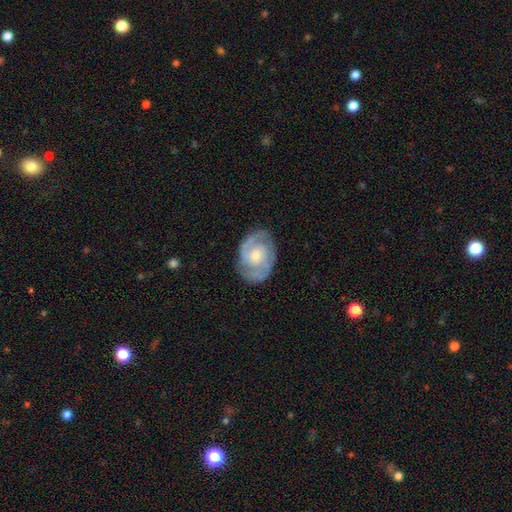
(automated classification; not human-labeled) Smooth or featured: featured or disk — 79% (smooth — 16%)
Edge-on disk: no — 97% (yes — 3%)
Bar: no — 67% (weak — 28%)
Spiral arms: yes — 91% (no — 9%)
Spiral winding: tight — 49% (medium — 41%)
Spiral arm count: 2 — 65% (can't tell — 17%)
Bulge size: moderate — 49% (small — 36%)
Merging: none — 77% (minor disturbance — 16%)